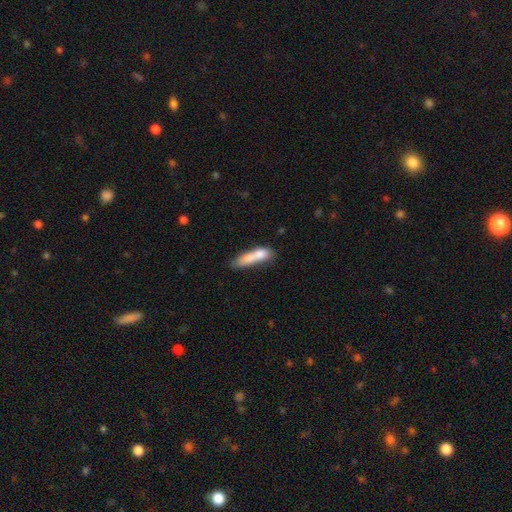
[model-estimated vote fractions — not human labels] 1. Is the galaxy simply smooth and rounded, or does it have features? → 71% smooth, 22% featured or disk, 8% star or artifact.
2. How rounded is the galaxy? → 63% cigar-shaped, 33% in between, 4% round.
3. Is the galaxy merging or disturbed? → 44% merger, 29% none, 17% minor disturbance, 10% major disturbance.